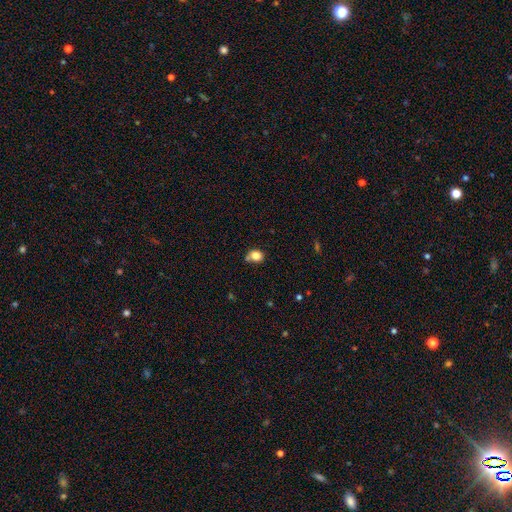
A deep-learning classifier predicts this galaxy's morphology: Overall: smooth (82%). How rounded: round (60%; in between 39%). Merging: none (60%; minor disturbance 24%).